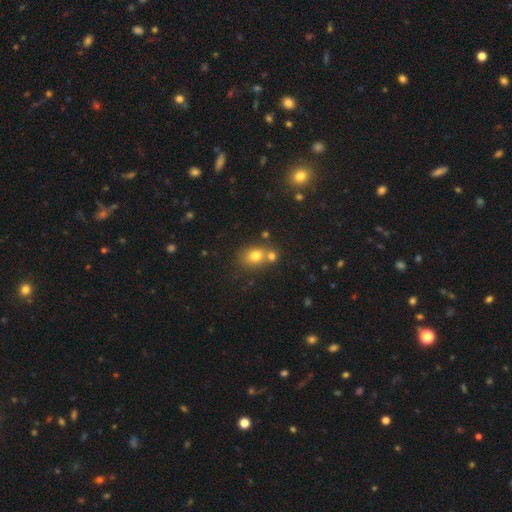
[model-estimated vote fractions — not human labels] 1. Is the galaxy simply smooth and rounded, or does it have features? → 75% smooth, 13% star or artifact, 11% featured or disk.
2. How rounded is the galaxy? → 57% round, 42% in between, 1% cigar-shaped.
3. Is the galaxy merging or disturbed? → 50% none, 35% merger, 10% minor disturbance, 4% major disturbance.